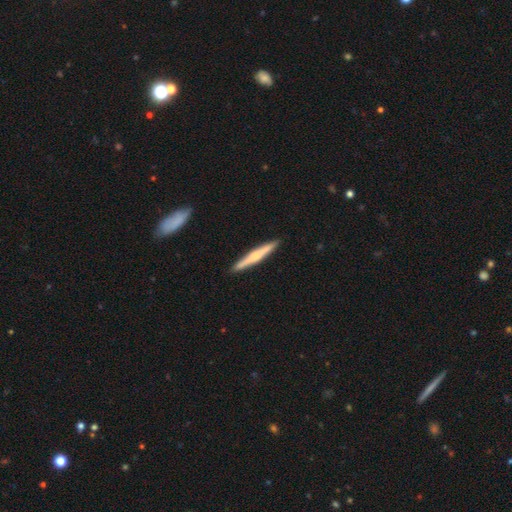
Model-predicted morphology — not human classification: featured or disk 48%, smooth 47%, star or artifact 5%. Down the decision tree: merging — none (91%).